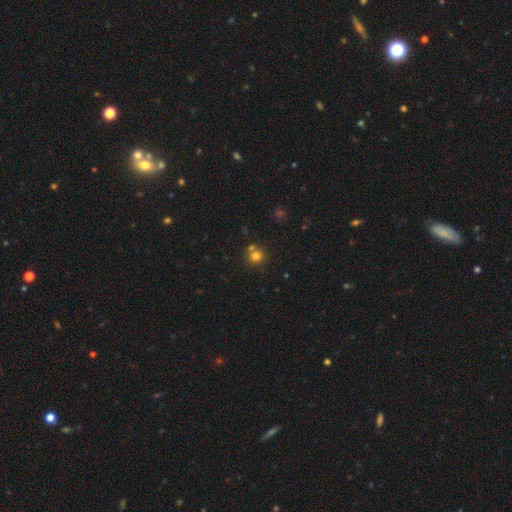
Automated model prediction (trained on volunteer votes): smooth 77%, star or artifact 15%, featured or disk 9%. Down the decision tree: how rounded — round (90%); merging — none (64%).